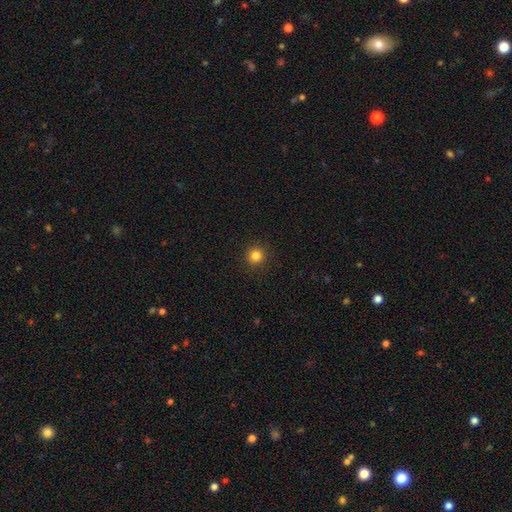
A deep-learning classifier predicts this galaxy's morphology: This is clearly a smooth galaxy (83%). How rounded: clearly round (95%). Merging: clearly none (92%).